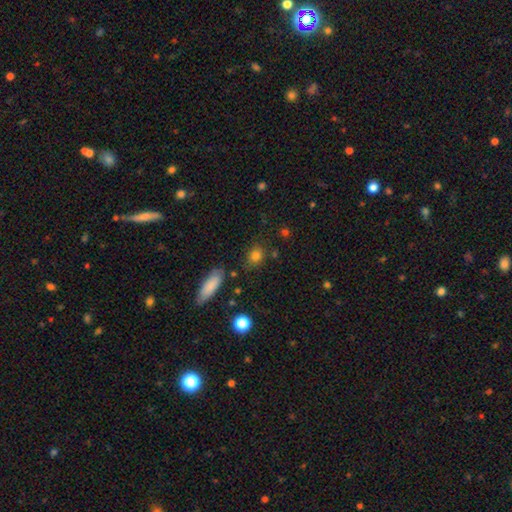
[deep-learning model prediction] Smooth or featured: smooth — 80% (star or artifact — 13%)
How rounded: round — 54% (in between — 43%)
Merging: none — 76% (minor disturbance — 15%)